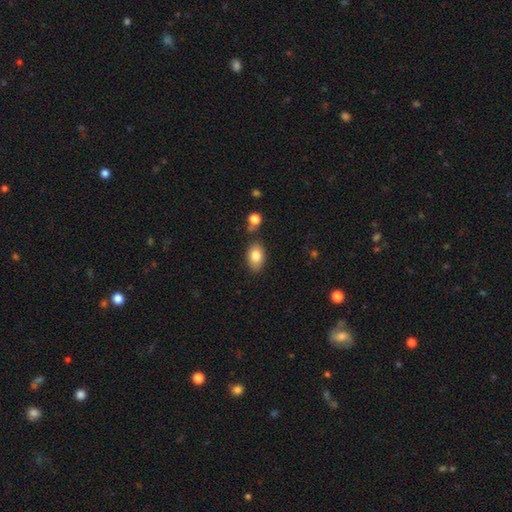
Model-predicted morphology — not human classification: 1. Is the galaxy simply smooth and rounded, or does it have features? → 82% smooth, 10% featured or disk, 8% star or artifact.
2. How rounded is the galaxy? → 89% in between, 10% round, 2% cigar-shaped.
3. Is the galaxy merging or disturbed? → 76% none, 14% minor disturbance, 7% merger, 3% major disturbance.